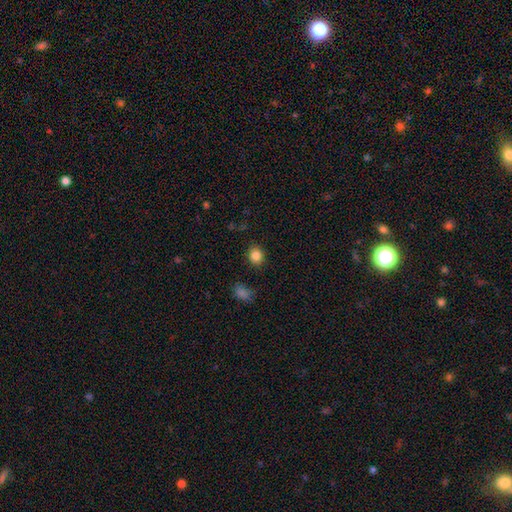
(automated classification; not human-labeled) A smooth galaxy with no disk features (85%) that is round (66%). Merging: none (86%).